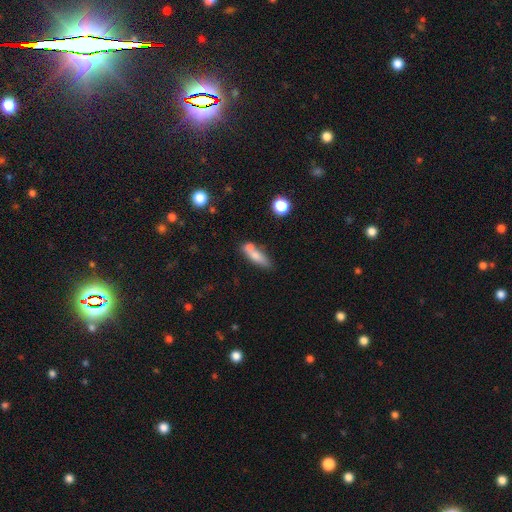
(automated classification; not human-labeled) A smooth galaxy with no disk features (71%) that is cigar-shaped (52%). Merging: none (49%).